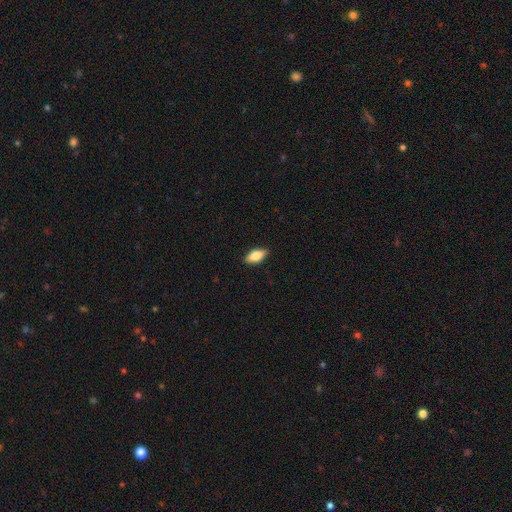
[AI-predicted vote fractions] smooth 75%, featured or disk 18%, star or artifact 7%. Down the decision tree: how rounded — in between (86%); merging — none (88%).